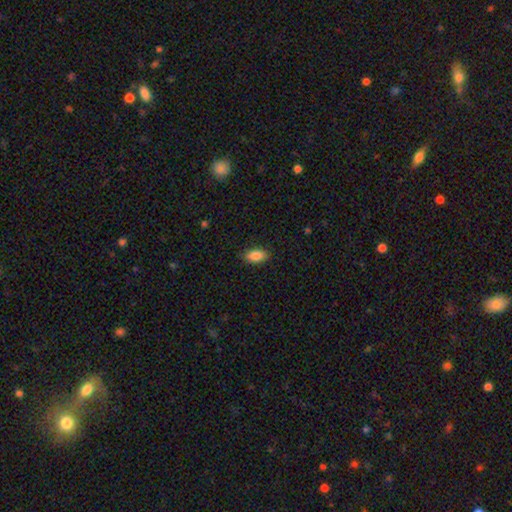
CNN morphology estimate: Smooth or featured? Predicted: smooth (p=0.86). How rounded? Predicted: in between (p=0.90). Merging? Predicted: none (p=0.87).